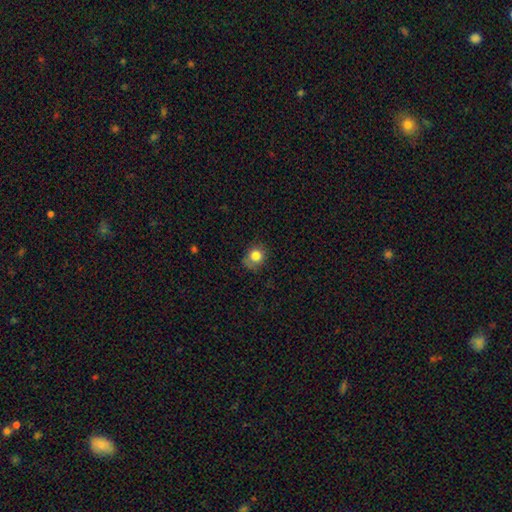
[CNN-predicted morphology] Smooth or featured? smooth (81%)
How rounded? round (73%)
Merging? none (63%)